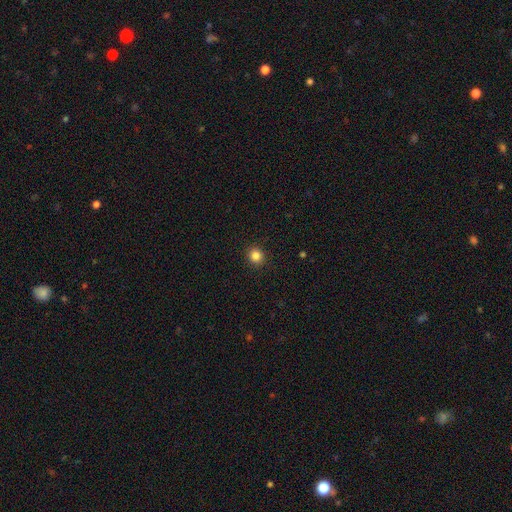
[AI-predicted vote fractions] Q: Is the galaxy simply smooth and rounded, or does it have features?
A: smooth — 84%.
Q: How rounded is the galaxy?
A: round — 90%.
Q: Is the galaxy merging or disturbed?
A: none — 92%.